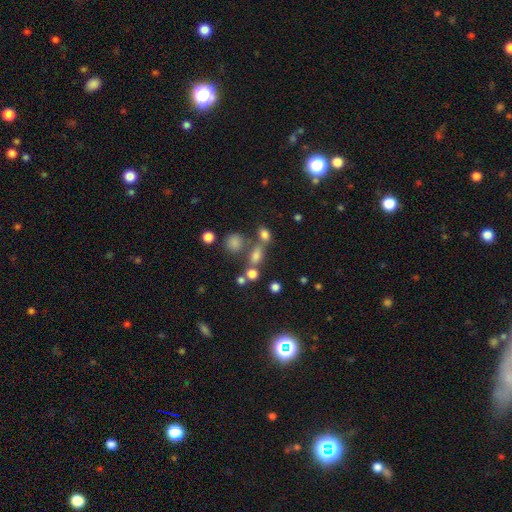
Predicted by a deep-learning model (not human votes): Smooth or featured?
  - smooth: 70% *
  - star or artifact: 19%
  - featured or disk: 11%
How rounded?
  - in between: 56% *
  - round: 38%
  - cigar-shaped: 6%
Merging?
  - none: 49% *
  - merger: 31%
  - minor disturbance: 12%
  - major disturbance: 8%